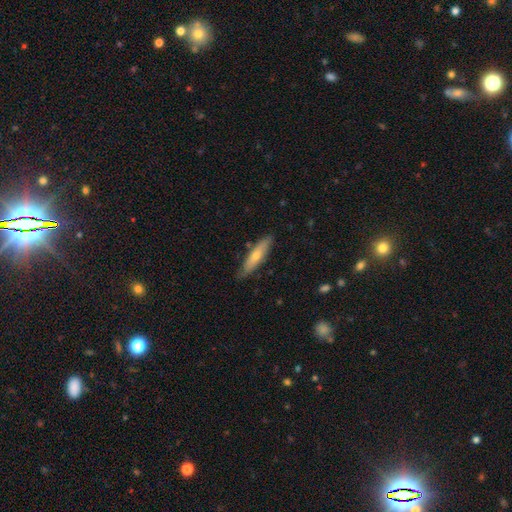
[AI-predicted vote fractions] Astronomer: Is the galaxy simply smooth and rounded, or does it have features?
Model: smooth — 55% (runner-up: featured or disk, 39%).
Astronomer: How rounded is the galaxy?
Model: cigar-shaped — 80%.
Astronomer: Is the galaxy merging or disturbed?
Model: none — 83%.